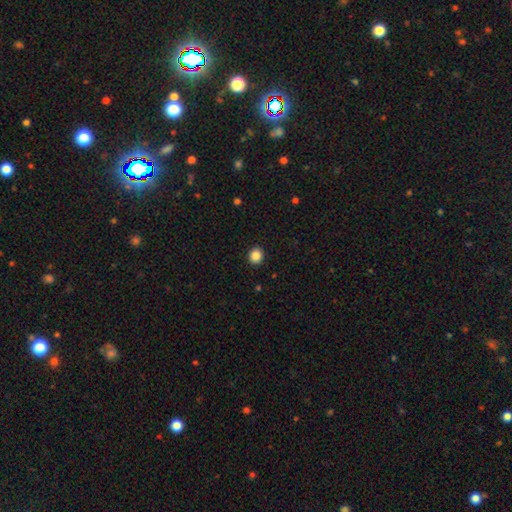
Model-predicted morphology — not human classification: Overall: smooth (87%). How rounded: round (84%). Merging: none (93%).